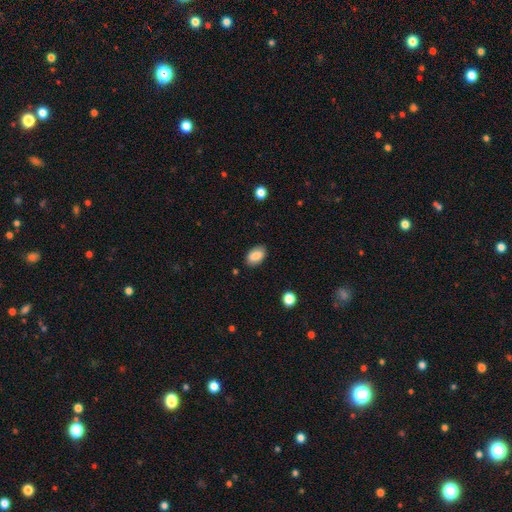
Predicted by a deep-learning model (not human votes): The model was most divided on "merging": none: 85%, minor disturbance: 12%, major disturbance: 3%, merger: 1%. More confident: how rounded — in between (91%); smooth or featured — smooth (84%).